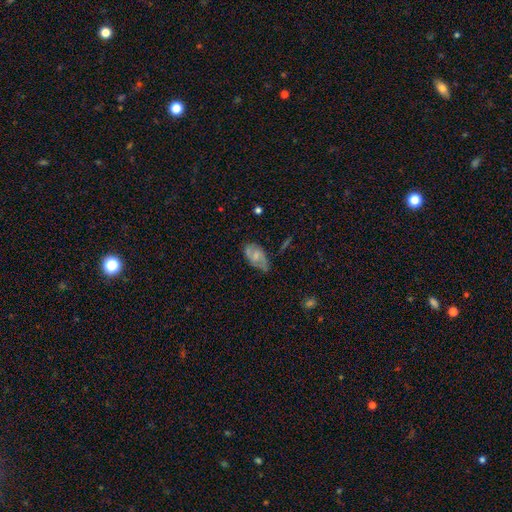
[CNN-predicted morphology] Smooth or featured? Predicted: featured or disk (p=0.50). Merging? Predicted: none (p=0.54).